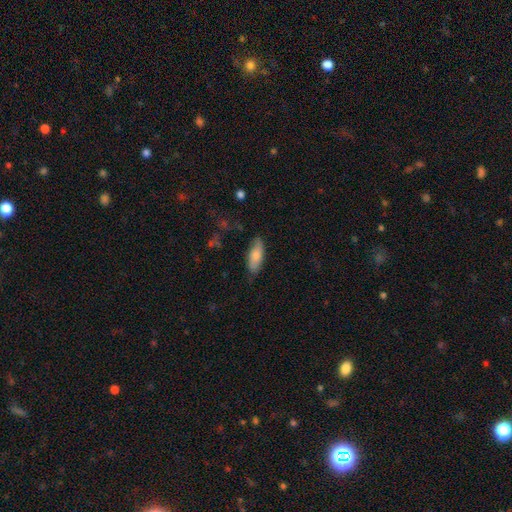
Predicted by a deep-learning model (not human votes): Morphology: type=smooth (77%); roundness=in between (73%); merging=none (78%).